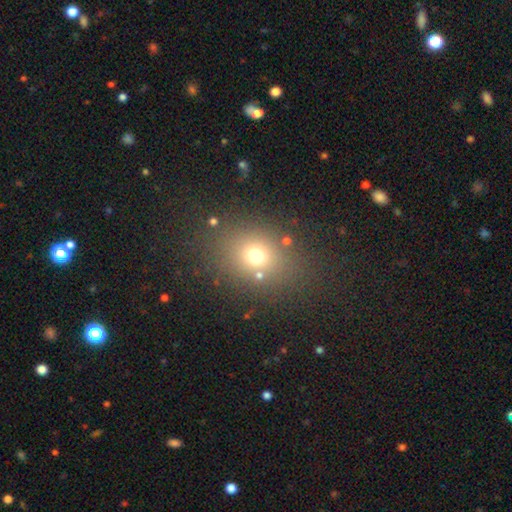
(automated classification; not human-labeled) Smooth or featured: smooth — 69% (star or artifact — 21%)
How rounded: round — 63% (in between — 36%)
Merging: none — 78% (minor disturbance — 11%)